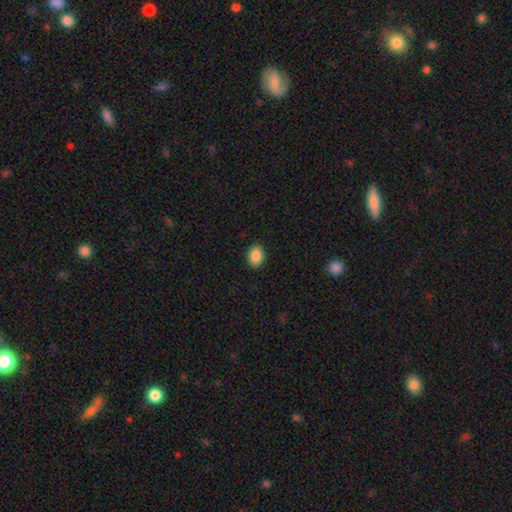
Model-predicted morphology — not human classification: A smooth galaxy with no disk features (89%) that is in between round and cigar-shaped (79%). Merging: none (90%).